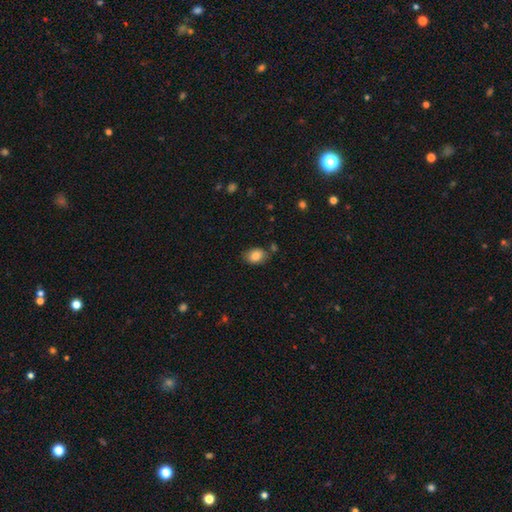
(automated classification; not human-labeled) Overall: smooth (84%). How rounded: in between (79%). Merging: none (76%).